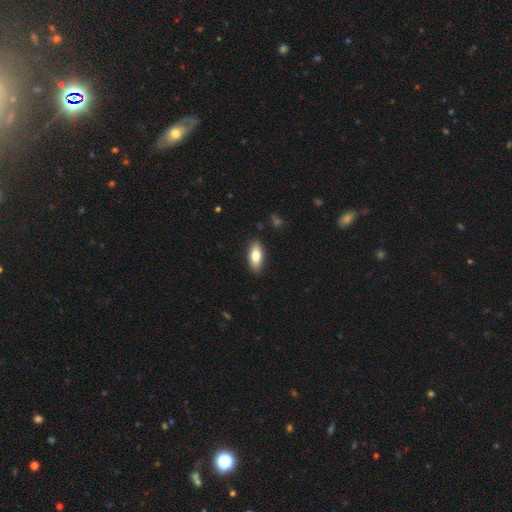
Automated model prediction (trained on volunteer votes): smooth 77%, featured or disk 16%, star or artifact 6%. Down the decision tree: how rounded — in between (83%); merging — none (88%).